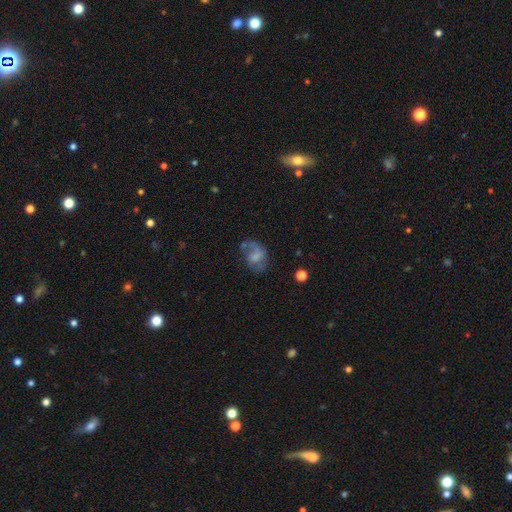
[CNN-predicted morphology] Q: Smooth or featured?
A: smooth (47%); runner-up: featured or disk (41%)
Q: Merging?
A: none (40%); runner-up: major disturbance (27%)